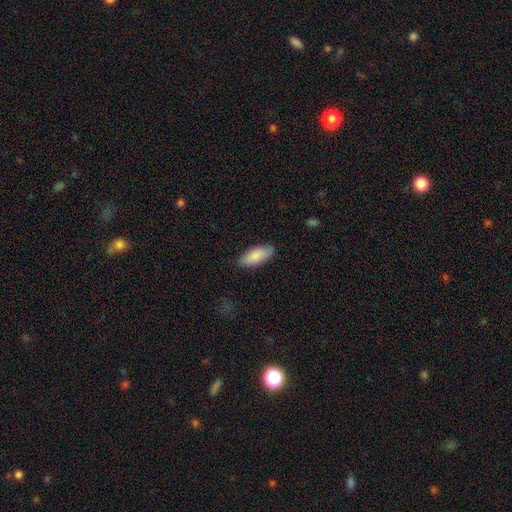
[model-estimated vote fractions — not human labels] Morphology: type=smooth (86%); roundness=in between (83%); merging=none (84%).